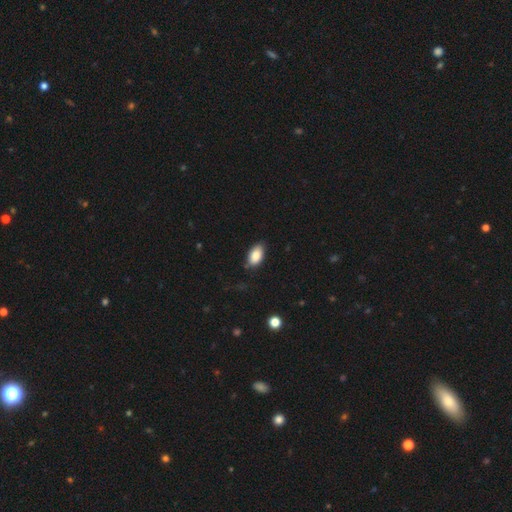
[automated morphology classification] Smooth or featured: smooth — 85% (featured or disk — 8%)
How rounded: in between — 93% (round — 5%)
Merging: none — 77% (minor disturbance — 18%)